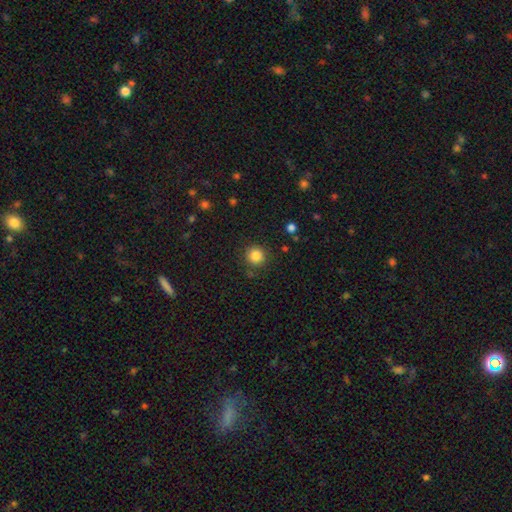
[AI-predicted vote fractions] A smooth galaxy with no disk features (84%) that is round (94%). Merging: none (88%).